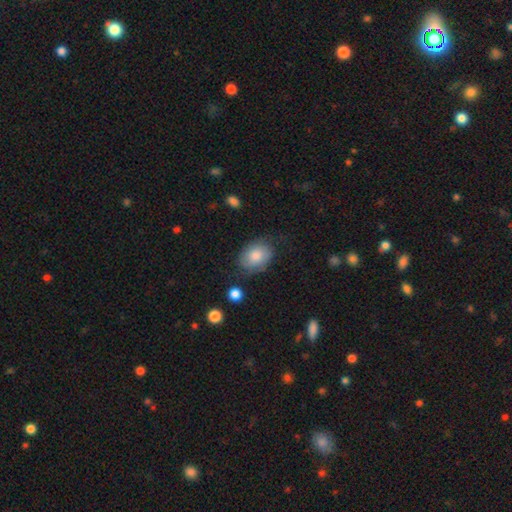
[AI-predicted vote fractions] Smooth or featured?
  - smooth: 77% *
  - featured or disk: 16%
  - star or artifact: 8%
How rounded?
  - in between: 71% *
  - round: 28%
  - cigar-shaped: 1%
Merging?
  - none: 70% *
  - minor disturbance: 21%
  - major disturbance: 7%
  - merger: 2%